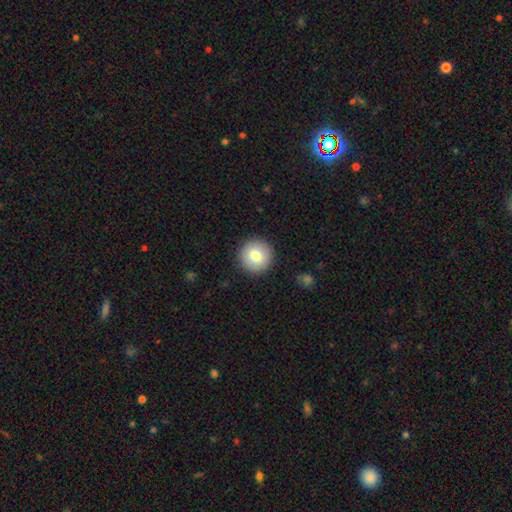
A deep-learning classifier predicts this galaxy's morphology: type=smooth (79%); roundness=round (96%); merging=none (92%).